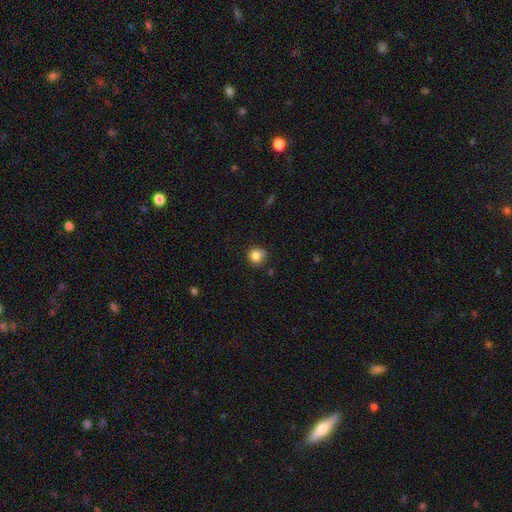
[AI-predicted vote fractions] A smooth galaxy with no disk features (82%) that is round (83%). Merging: none (64%).